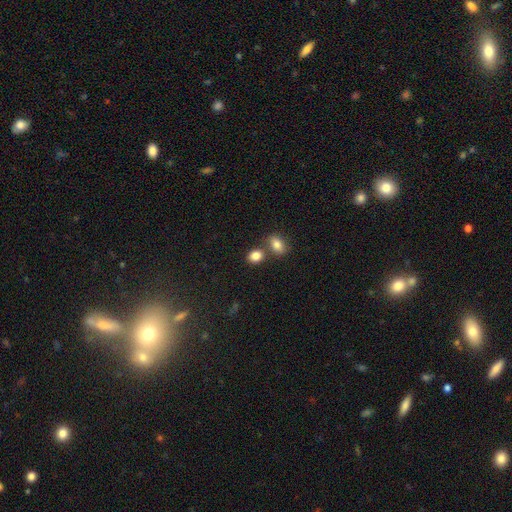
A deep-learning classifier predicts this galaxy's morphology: type=smooth (84%); roundness=in between (54%); merging=none (60%).